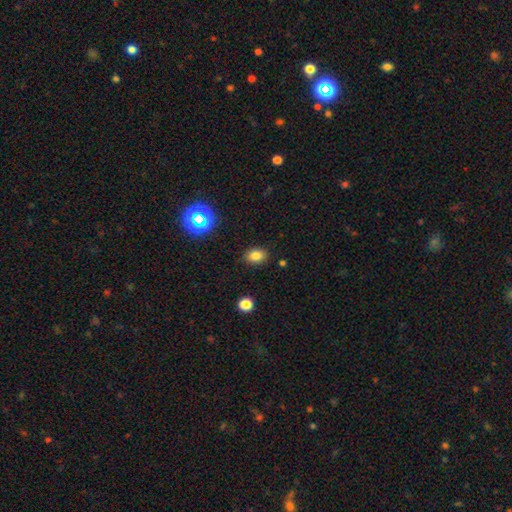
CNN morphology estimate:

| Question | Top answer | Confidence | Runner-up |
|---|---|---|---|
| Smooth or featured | smooth | 80% | star or artifact (13%) |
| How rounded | in between | 73% | round (26%) |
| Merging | none | 86% | minor disturbance (10%) |